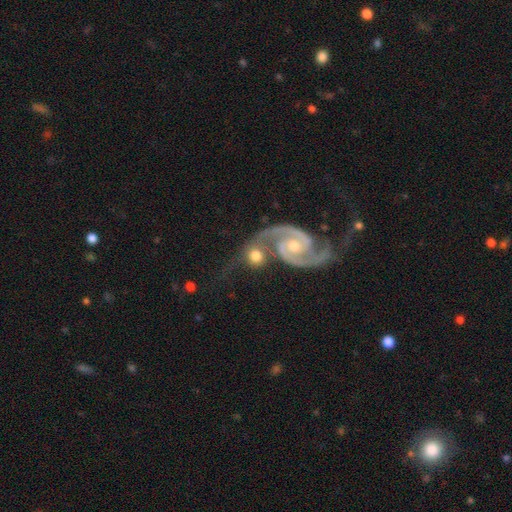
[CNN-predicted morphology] smooth_or_featured: featured or disk (p=0.62) [alt: smooth p=0.30]
disk_edge_on: no (p=0.96) [alt: yes p=0.04]
bar: no (p=0.59) [alt: weak p=0.32]
has_spiral_arms: yes (p=0.93) [alt: no p=0.07]
spiral_winding: medium (p=0.51) [alt: loose p=0.32]
spiral_arm_count: 2 (p=0.93) [alt: can't tell p=0.02]
bulge_size: moderate (p=0.54) [alt: small p=0.28]
merging: none (p=0.42) [alt: merger p=0.39]